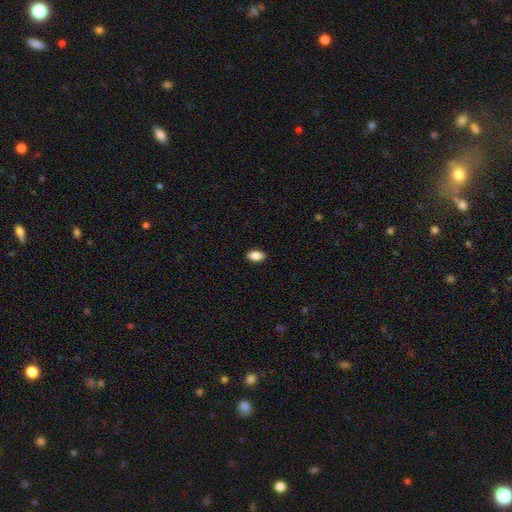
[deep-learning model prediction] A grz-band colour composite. It shows a smooth galaxy with no disk features (86%) that is in between round and cigar-shaped (90%). Merging: none (88%).